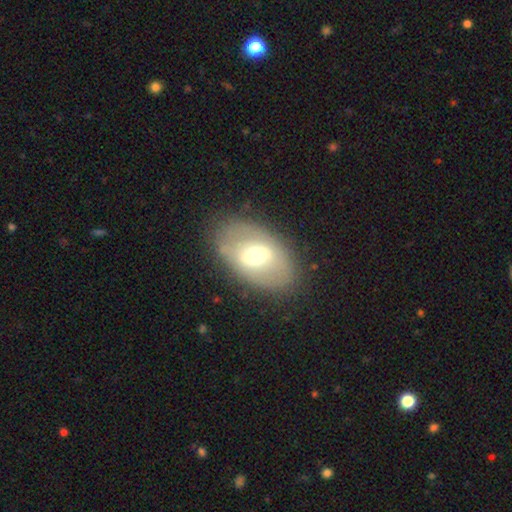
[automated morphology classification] This is possibly a featured or disk galaxy (53%). It is clearly not viewed edge-on (89%). Merging: likely none (80%).